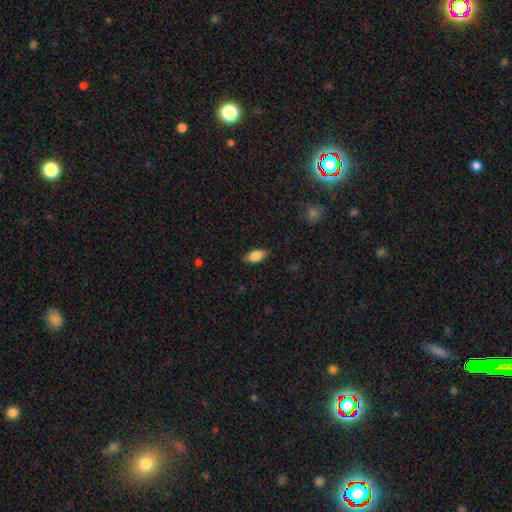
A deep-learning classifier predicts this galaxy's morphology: A smooth galaxy with no disk features (84%) that is in between round and cigar-shaped (88%).

Vote fractions:
- Smooth or featured? smooth: 84% / featured or disk: 9% / star or artifact: 7%
- How rounded? in between: 88% / cigar-shaped: 8% / round: 3%
- Merging? none: 84% / minor disturbance: 13% / major disturbance: 3% / merger: 1%